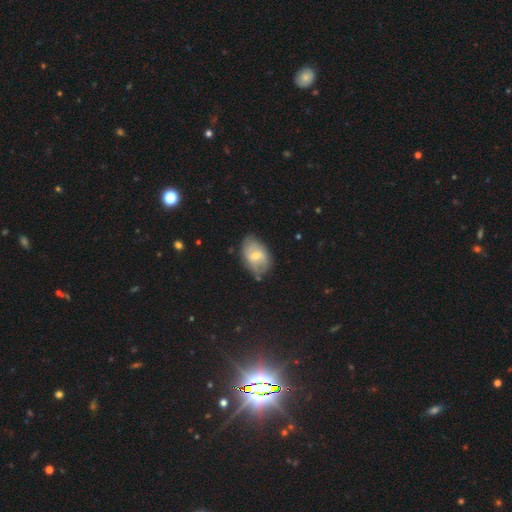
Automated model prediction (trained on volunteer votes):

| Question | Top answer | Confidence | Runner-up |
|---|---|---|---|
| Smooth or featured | featured or disk | 54% | smooth (39%) |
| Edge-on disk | no | 95% | yes (5%) |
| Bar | weak | 55% | no (30%) |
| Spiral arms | yes | 71% | no (29%) |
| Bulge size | small | 51% | moderate (44%) |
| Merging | none | 66% | minor disturbance (25%) |